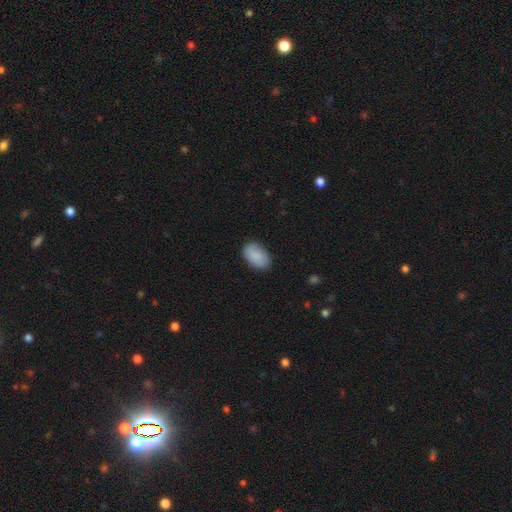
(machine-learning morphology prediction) smooth_or_featured: smooth (p=0.88) [alt: star or artifact p=0.06]
how_rounded: in between (p=0.92) [alt: round p=0.07]
merging: none (p=0.85) [alt: minor disturbance p=0.12]